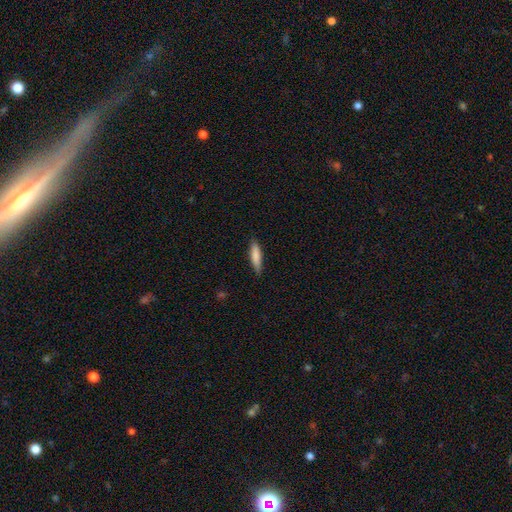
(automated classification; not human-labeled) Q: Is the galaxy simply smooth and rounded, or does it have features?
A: smooth — 81%.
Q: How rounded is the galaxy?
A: cigar-shaped — 78%.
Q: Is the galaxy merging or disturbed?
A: none — 84%.